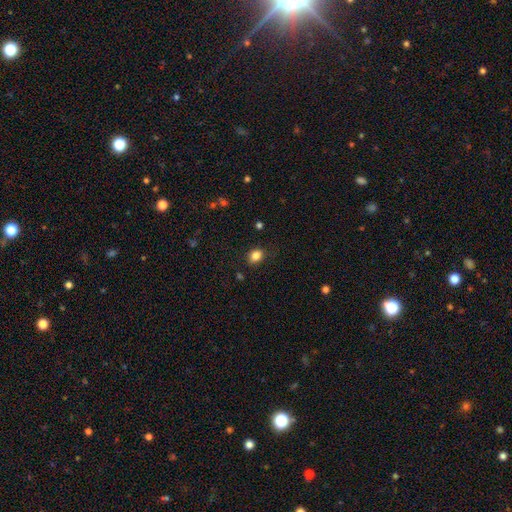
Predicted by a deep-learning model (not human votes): Smooth or featured?
  - smooth: 83% *
  - star or artifact: 11%
  - featured or disk: 6%
How rounded?
  - in between: 59% *
  - round: 39%
  - cigar-shaped: 1%
Merging?
  - none: 81% *
  - minor disturbance: 14%
  - major disturbance: 3%
  - merger: 1%